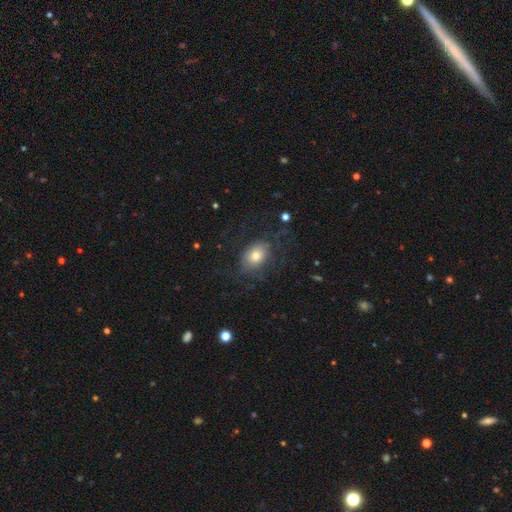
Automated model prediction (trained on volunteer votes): Smooth or featured?
  - smooth: 57% *
  - featured or disk: 32%
  - star or artifact: 10%
How rounded?
  - in between: 71% *
  - round: 27%
  - cigar-shaped: 1%
Merging?
  - none: 57% *
  - major disturbance: 23%
  - minor disturbance: 18%
  - merger: 1%